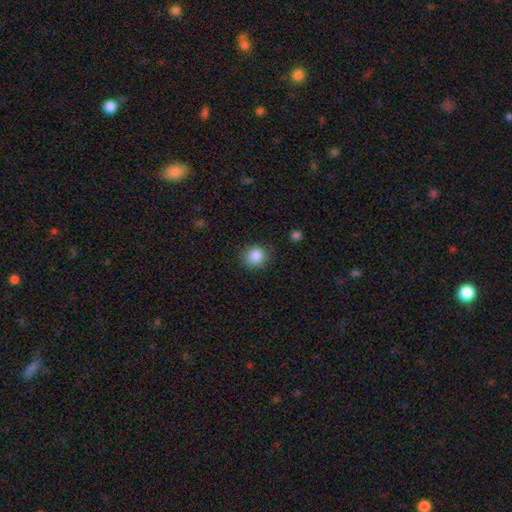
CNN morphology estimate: smooth-or-featured: smooth: 86% | star or artifact: 9% | featured or disk: 4%
  how-rounded: round: 77% | in between: 22% | cigar-shaped: 1%
  merging: none: 82% | minor disturbance: 13% | major disturbance: 3% | merger: 1%